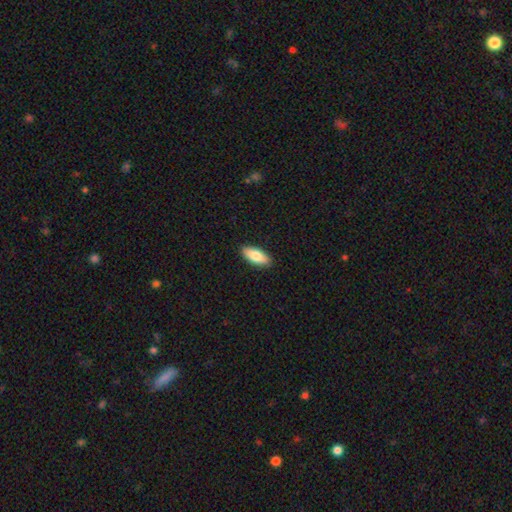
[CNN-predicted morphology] Smooth or featured: smooth — 82% (featured or disk — 13%)
How rounded: in between — 82% (cigar-shaped — 16%)
Merging: none — 91% (minor disturbance — 7%)